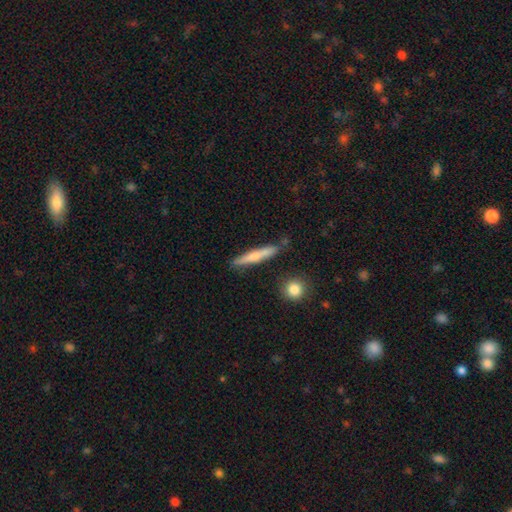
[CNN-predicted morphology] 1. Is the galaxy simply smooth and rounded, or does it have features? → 59% smooth, 35% featured or disk, 6% star or artifact.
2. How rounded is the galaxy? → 92% cigar-shaped, 6% in between, 2% round.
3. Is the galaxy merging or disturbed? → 83% none, 11% minor disturbance, 4% merger, 2% major disturbance.